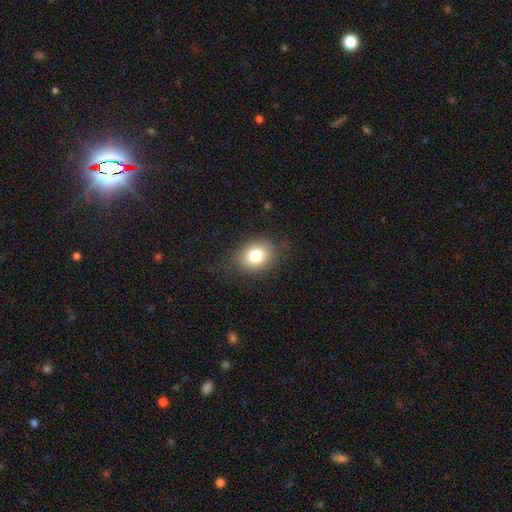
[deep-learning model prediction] Smooth or featured?
  - smooth: 79% *
  - star or artifact: 11%
  - featured or disk: 10%
How rounded?
  - round: 50% *
  - in between: 49%
  - cigar-shaped: 1%
Merging?
  - none: 82% *
  - minor disturbance: 12%
  - major disturbance: 4%
  - merger: 1%